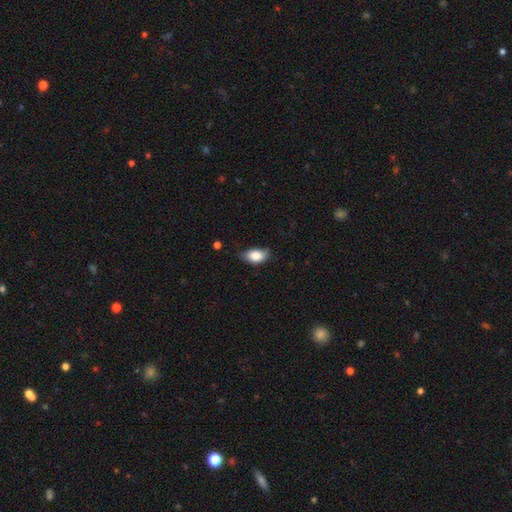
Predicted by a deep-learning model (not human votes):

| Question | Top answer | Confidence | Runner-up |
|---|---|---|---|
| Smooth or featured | smooth | 83% | featured or disk (10%) |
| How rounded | in between | 89% | round (9%) |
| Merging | none | 59% | minor disturbance (34%) |